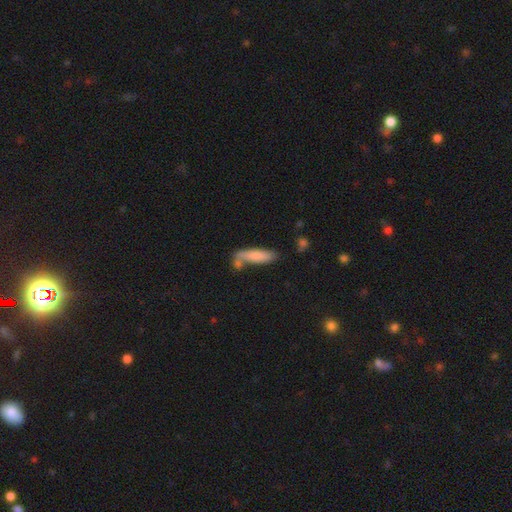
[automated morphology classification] Smooth or featured? smooth (79%)
How rounded? cigar-shaped (65%)
Merging? none (56%)